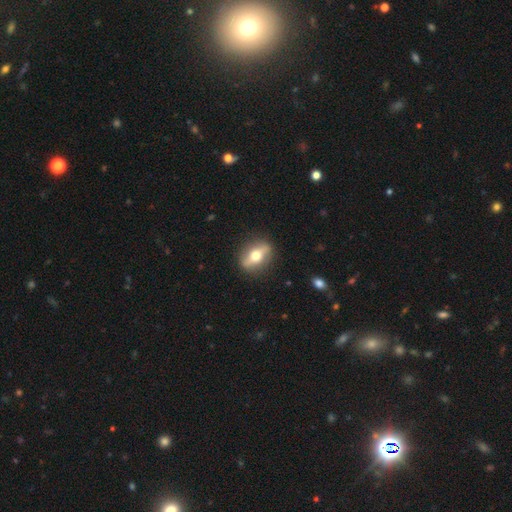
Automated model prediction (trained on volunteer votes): This is possibly a featured or disk galaxy (59%). It is likely viewed edge-on (62%). Merging: clearly none (86%).